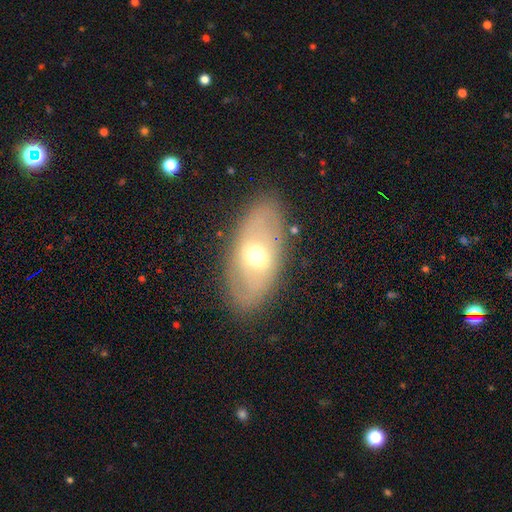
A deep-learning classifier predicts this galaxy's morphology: The model was most divided on "smooth or featured": featured or disk: 51%, smooth: 40%, star or artifact: 8%. More confident: edge-on disk — no (84%); merging — none (83%).